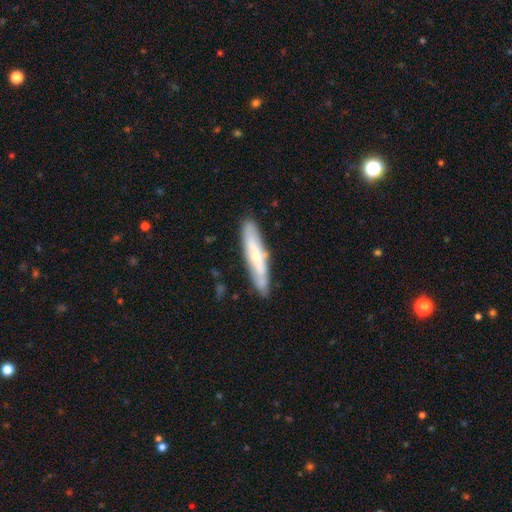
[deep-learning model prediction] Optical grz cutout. It shows a featured or disk galaxy (51%) viewed edge-on (68%). Merging: none (82%).